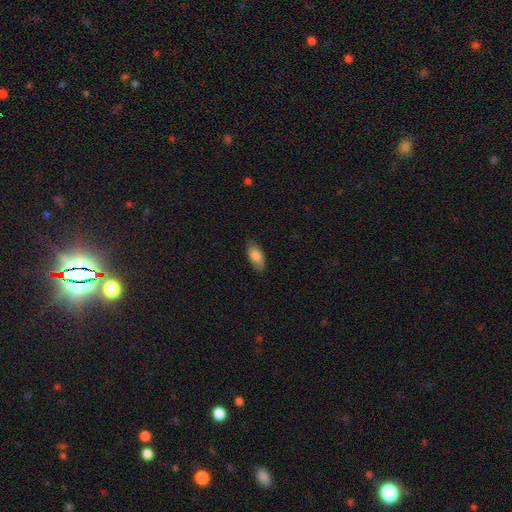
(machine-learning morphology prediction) This is clearly a smooth galaxy (82%). How rounded: clearly in between (87%). Merging: clearly none (83%).